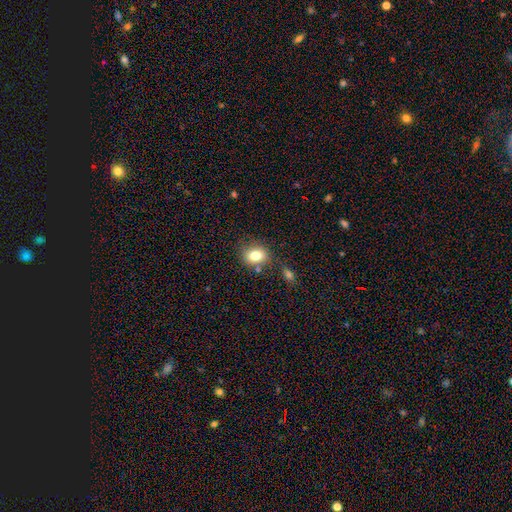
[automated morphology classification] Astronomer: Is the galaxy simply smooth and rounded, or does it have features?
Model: smooth — 79%.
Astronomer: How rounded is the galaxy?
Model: in between — 52% (runner-up: round, 47%).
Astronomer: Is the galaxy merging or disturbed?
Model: none — 70%.